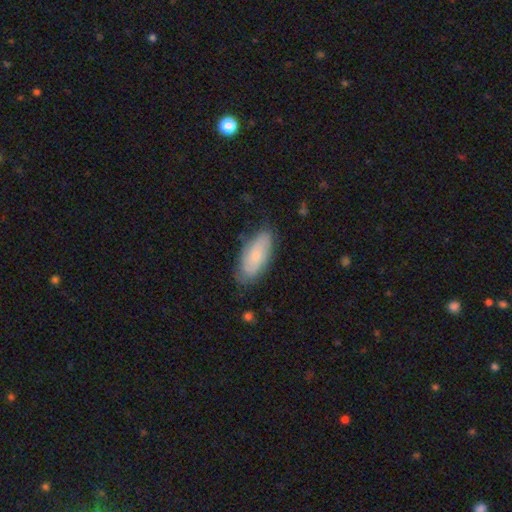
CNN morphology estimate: Smooth or featured?
  - smooth: 62% *
  - featured or disk: 31%
  - star or artifact: 6%
How rounded?
  - in between: 83% *
  - cigar-shaped: 15%
  - round: 2%
Merging?
  - none: 75% *
  - minor disturbance: 20%
  - major disturbance: 4%
  - merger: 1%